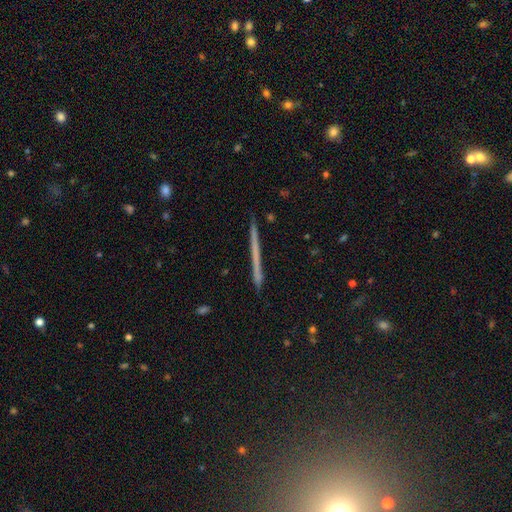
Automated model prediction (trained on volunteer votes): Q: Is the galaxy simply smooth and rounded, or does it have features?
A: featured or disk — 48%.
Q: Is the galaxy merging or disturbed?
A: none — 91%.